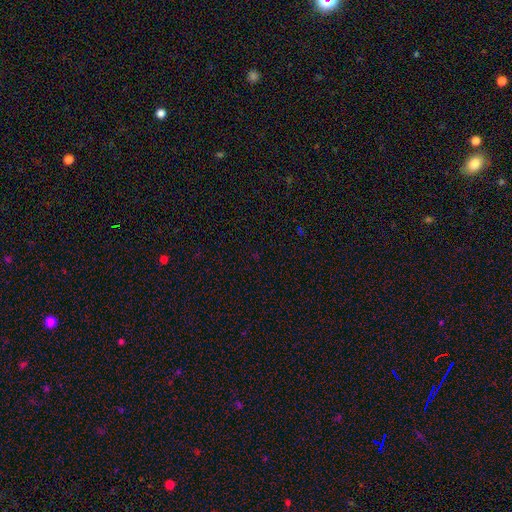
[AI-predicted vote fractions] This is likely a star or artifact rather than a galaxy (70%).